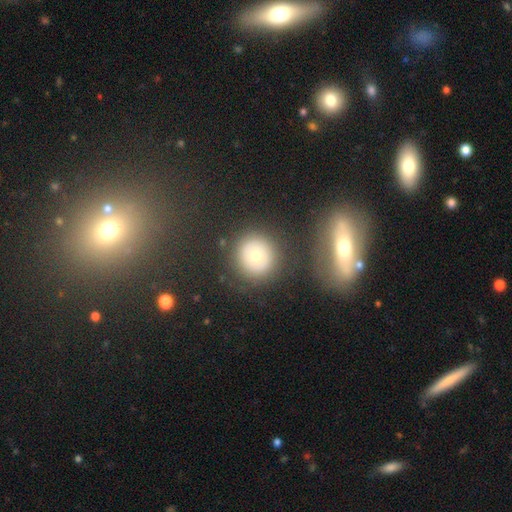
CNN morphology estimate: Overall: smooth (66%). How rounded: round (93%). Merging: none (83%).